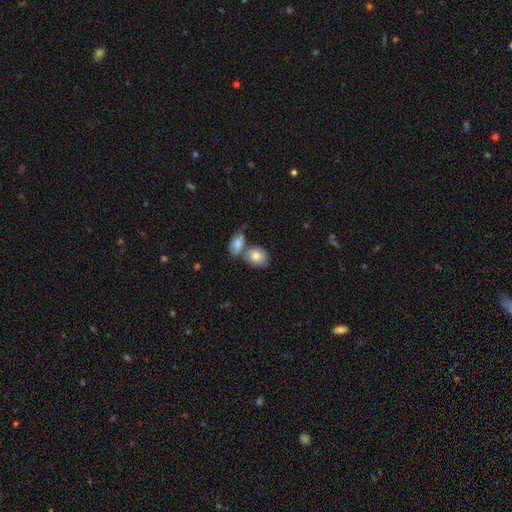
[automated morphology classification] A smooth galaxy with no disk features (83%) that is in between round and cigar-shaped (62%). Merging: none (43%).